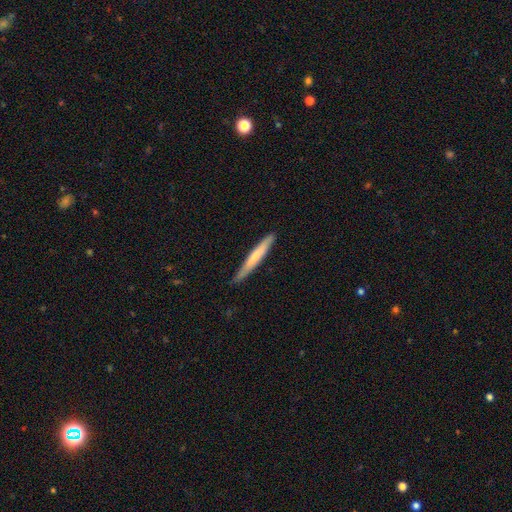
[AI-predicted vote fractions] smooth-or-featured: smooth: 62% | featured or disk: 33% | star or artifact: 5%
  how-rounded: cigar-shaped: 96% | in between: 3% | round: 1%
  merging: none: 84% | minor disturbance: 13% | major disturbance: 2% | merger: 1%